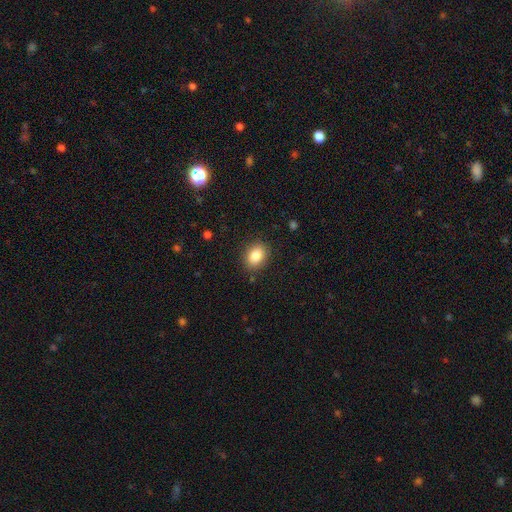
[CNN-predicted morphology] Smooth or featured? smooth (85%)
How rounded? in between (64%)
Merging? none (87%)